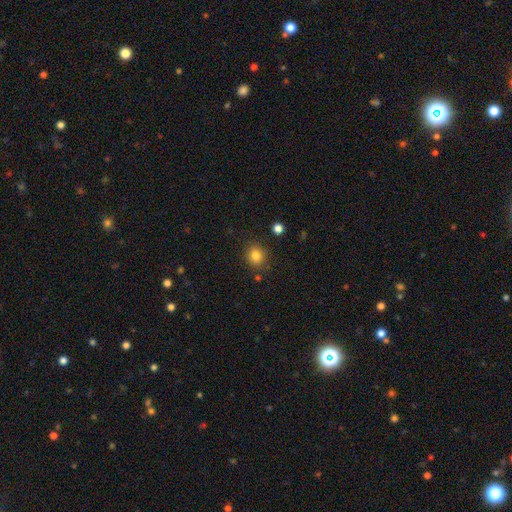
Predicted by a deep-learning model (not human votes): A smooth galaxy with no disk features (84%) that is round (79%).

Vote fractions:
- Smooth or featured? smooth: 84% / star or artifact: 11% / featured or disk: 5%
- How rounded? round: 79% / in between: 20% / cigar-shaped: 1%
- Merging? none: 85% / minor disturbance: 9% / major disturbance: 3% / merger: 3%